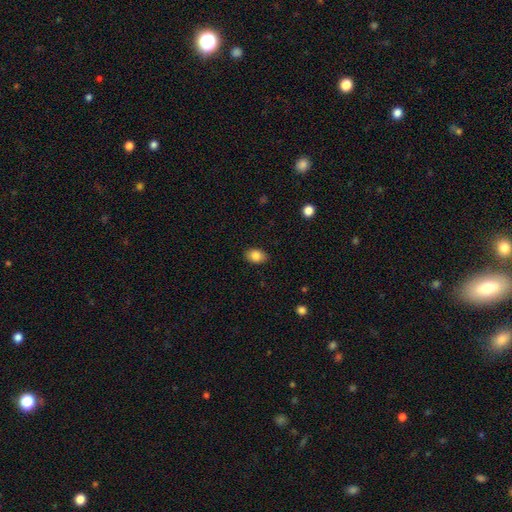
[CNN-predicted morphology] Smooth or featured? smooth (83%)
How rounded? in between (82%)
Merging? none (87%)